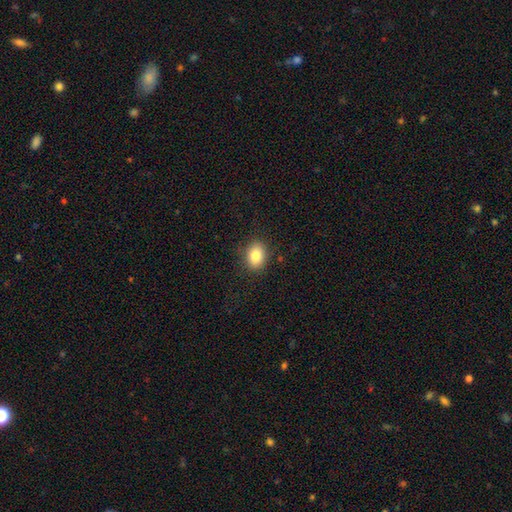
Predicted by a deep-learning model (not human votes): Overall: smooth (85%). How rounded: in between (68%; round 31%). Merging: none (86%).